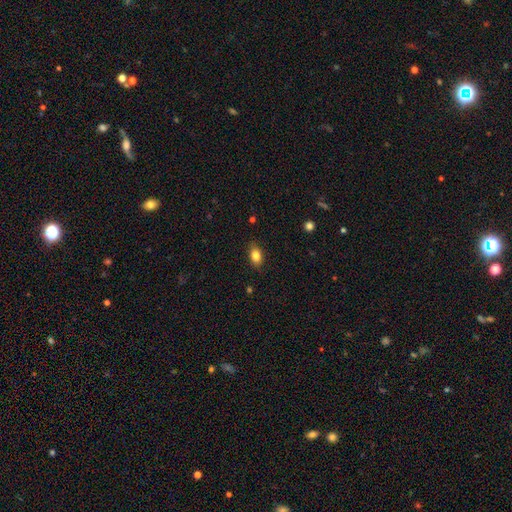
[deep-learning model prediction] The model was most divided on "how rounded": in between: 84%, round: 14%, cigar-shaped: 2%. More confident: merging — none (85%); smooth or featured — smooth (83%).